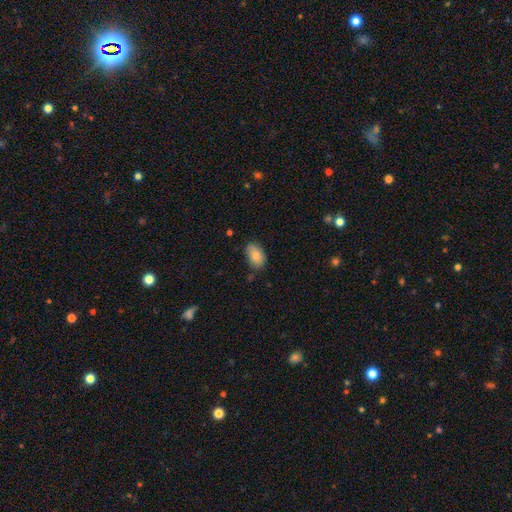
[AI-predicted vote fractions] Smooth or featured? Predicted: smooth (p=0.83). How rounded? Predicted: in between (p=0.89). Merging? Predicted: none (p=0.67).